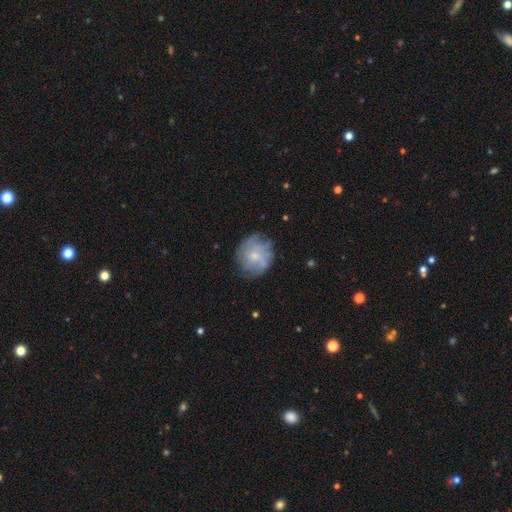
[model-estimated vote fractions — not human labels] smooth-or-featured: smooth: 49% | featured or disk: 43% | star or artifact: 8%
  merging: none: 64% | minor disturbance: 23% | major disturbance: 10% | merger: 3%